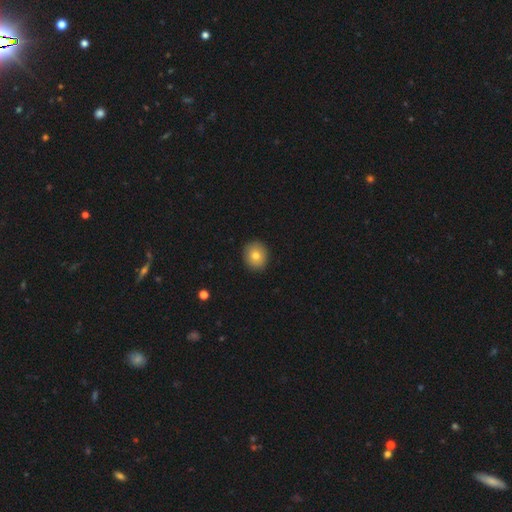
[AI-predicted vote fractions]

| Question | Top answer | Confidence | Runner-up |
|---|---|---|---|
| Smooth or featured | smooth | 77% | featured or disk (13%) |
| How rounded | round | 81% | in between (18%) |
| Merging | none | 91% | minor disturbance (6%) |